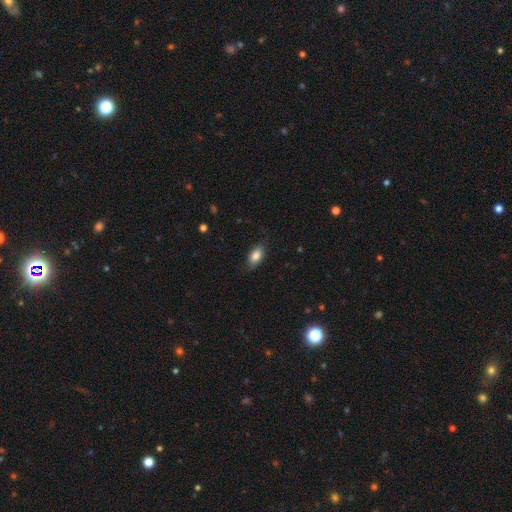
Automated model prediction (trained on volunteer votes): Morphology: type=smooth (85%); roundness=in between (89%); merging=none (81%).